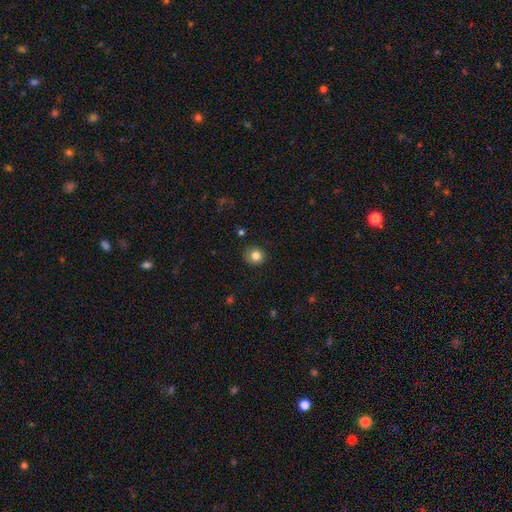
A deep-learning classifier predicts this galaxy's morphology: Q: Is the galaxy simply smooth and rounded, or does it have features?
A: smooth — 82%.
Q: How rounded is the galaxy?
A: round — 90%.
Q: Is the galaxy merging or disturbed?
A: none — 84%.